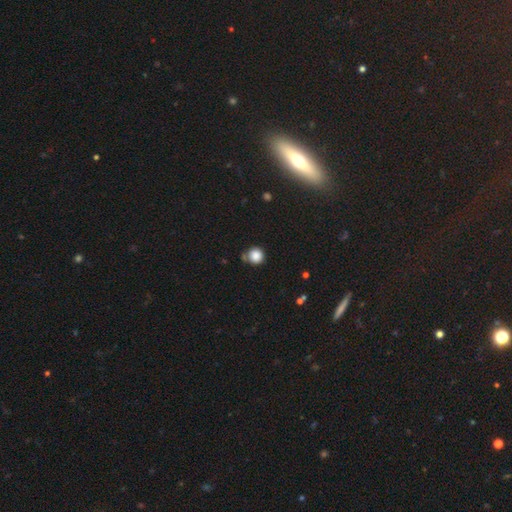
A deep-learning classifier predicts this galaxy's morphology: Q: Smooth or featured?
A: smooth (85%); runner-up: star or artifact (11%)
Q: How rounded?
A: round (93%); runner-up: in between (6%)
Q: Merging?
A: none (72%); runner-up: minor disturbance (15%)